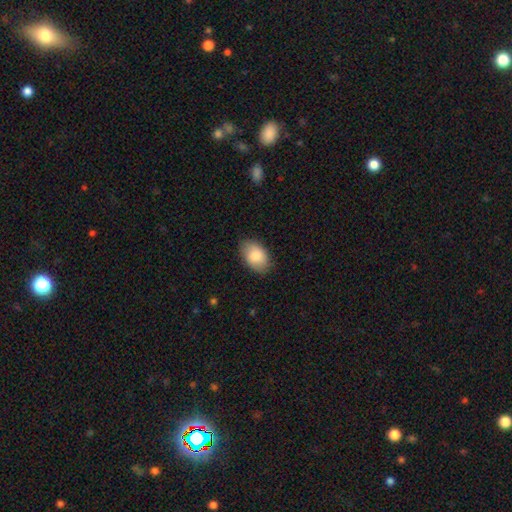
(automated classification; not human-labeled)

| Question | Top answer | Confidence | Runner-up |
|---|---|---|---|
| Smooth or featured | smooth | 83% | featured or disk (10%) |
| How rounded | in between | 91% | round (8%) |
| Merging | none | 85% | minor disturbance (12%) |